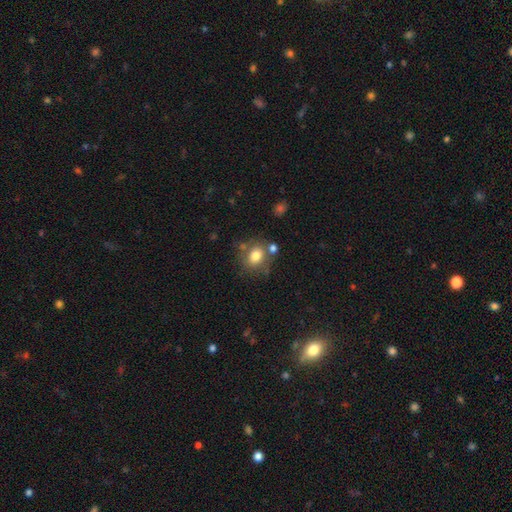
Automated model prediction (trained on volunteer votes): The model was most divided on "how rounded": round: 59%, in between: 40%, cigar-shaped: 1%. More confident: smooth or featured — smooth (77%); merging — none (66%).